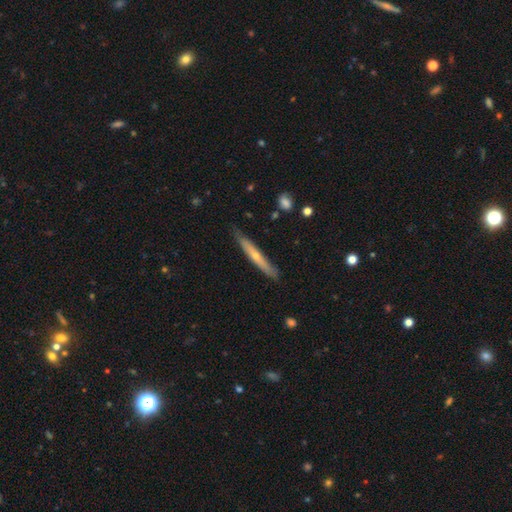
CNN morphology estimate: Smooth or featured: featured or disk — 53% (smooth — 41%)
Edge-on disk: yes — 91% (no — 9%)
Merging: none — 82% (minor disturbance — 15%)